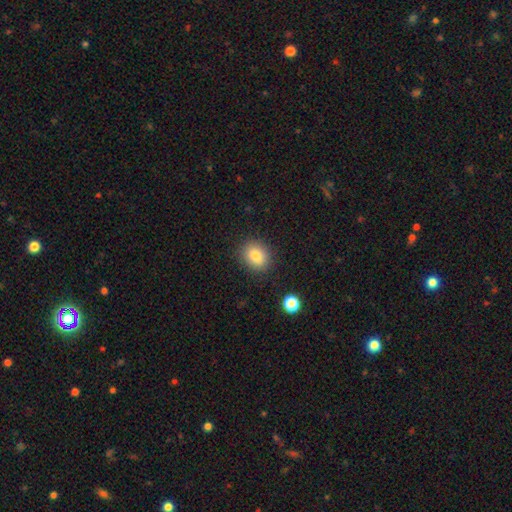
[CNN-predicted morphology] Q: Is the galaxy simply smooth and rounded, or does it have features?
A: smooth — 82%.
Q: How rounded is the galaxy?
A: round — 57%.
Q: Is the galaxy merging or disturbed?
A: none — 86%.